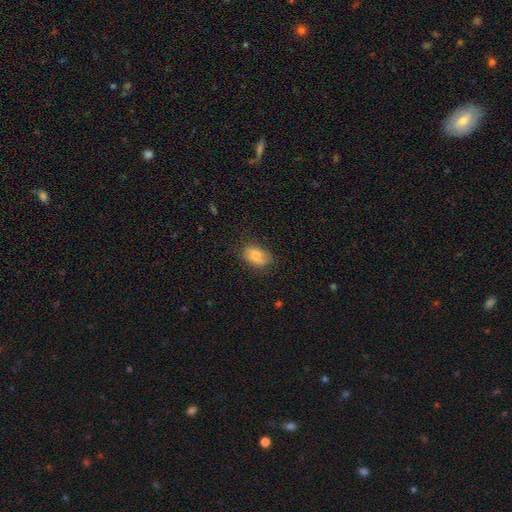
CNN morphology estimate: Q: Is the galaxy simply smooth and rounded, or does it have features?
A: smooth — 77%.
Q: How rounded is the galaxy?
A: in between — 86%.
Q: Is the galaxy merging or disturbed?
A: none — 62%.